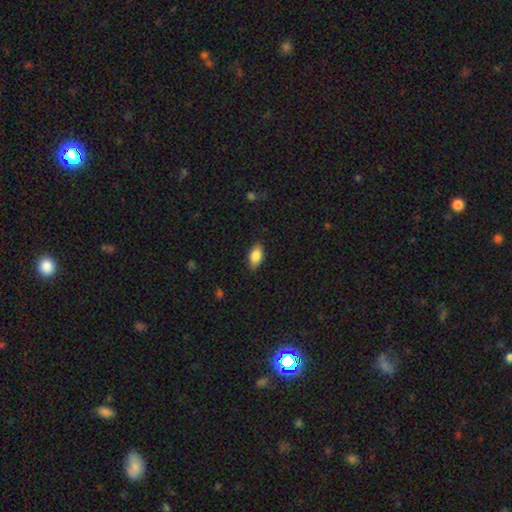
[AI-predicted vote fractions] smooth_or_featured: smooth (p=0.86) [alt: featured or disk p=0.07]
how_rounded: in between (p=0.91) [alt: cigar-shaped p=0.05]
merging: none (p=0.86) [alt: minor disturbance p=0.11]